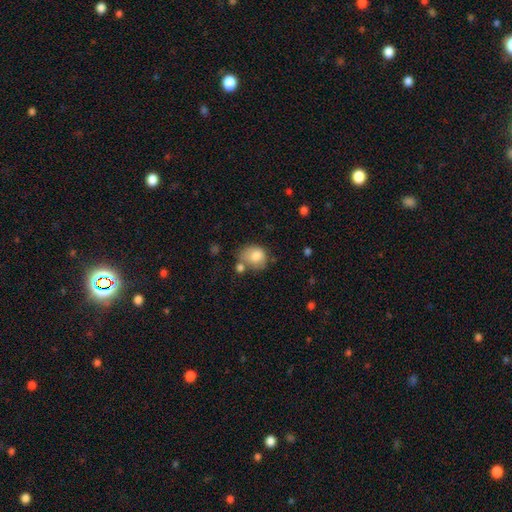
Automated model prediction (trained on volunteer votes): This appears to be a smooth galaxy with no disk features (79%) that is round (55%). Merging: none (42%).